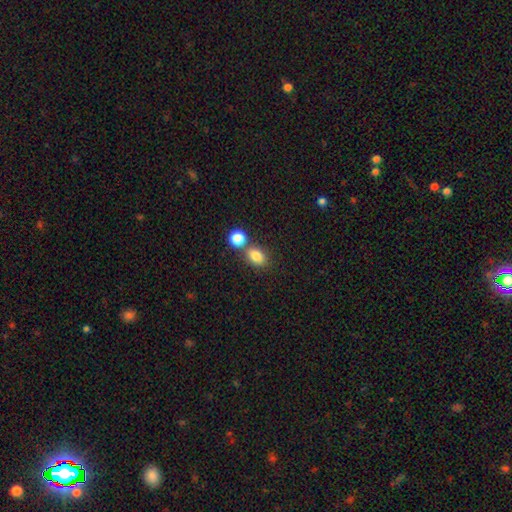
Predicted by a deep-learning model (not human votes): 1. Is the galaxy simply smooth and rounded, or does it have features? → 82% smooth, 10% star or artifact, 7% featured or disk.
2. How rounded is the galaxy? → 67% in between, 31% round, 2% cigar-shaped.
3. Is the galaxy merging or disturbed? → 53% none, 34% merger, 9% minor disturbance, 3% major disturbance.